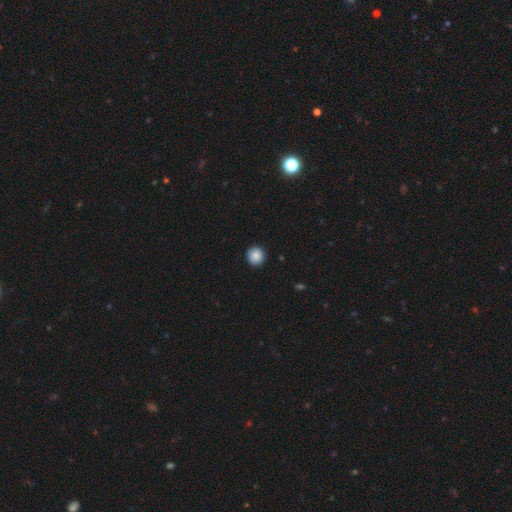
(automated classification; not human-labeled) A smooth galaxy with no disk features (87%) that is round (91%).

Vote fractions:
- Smooth or featured? smooth: 87% / star or artifact: 8% / featured or disk: 4%
- How rounded? round: 91% / in between: 8% / cigar-shaped: 1%
- Merging? none: 90% / minor disturbance: 7% / major disturbance: 2% / merger: 1%